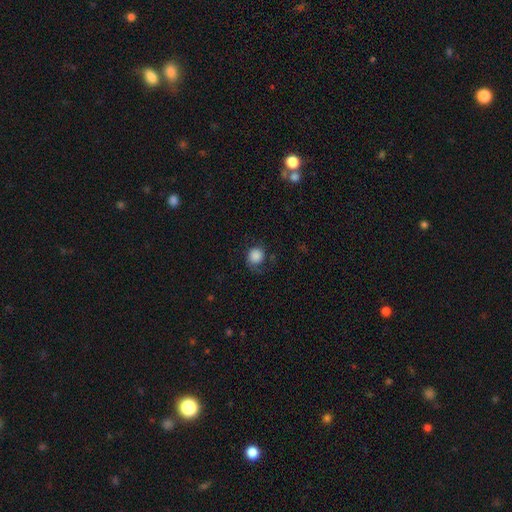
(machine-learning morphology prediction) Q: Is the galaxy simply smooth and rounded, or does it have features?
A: smooth — 77%.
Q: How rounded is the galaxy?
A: round — 83%.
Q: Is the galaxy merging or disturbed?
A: none — 60%.